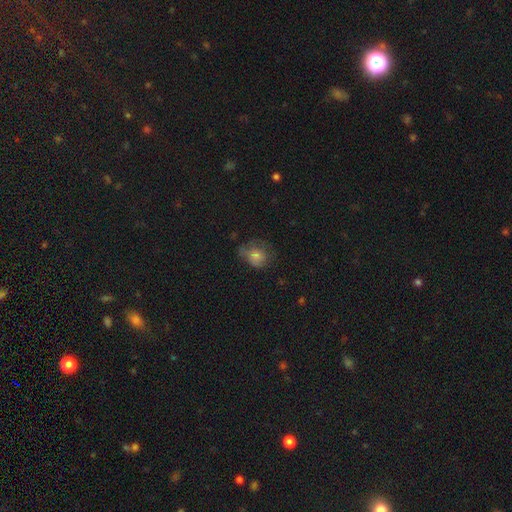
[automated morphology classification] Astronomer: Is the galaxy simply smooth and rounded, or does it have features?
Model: smooth — 62%.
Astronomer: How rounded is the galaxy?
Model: round — 64%.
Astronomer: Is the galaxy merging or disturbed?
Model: none — 50% (runner-up: minor disturbance, 29%).